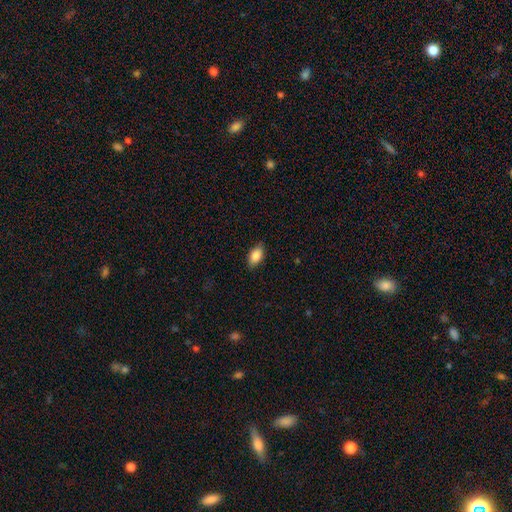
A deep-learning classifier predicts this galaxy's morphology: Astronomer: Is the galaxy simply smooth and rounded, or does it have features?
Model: smooth — 86%.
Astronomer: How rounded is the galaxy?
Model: in between — 91%.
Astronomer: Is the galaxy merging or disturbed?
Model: none — 83%.